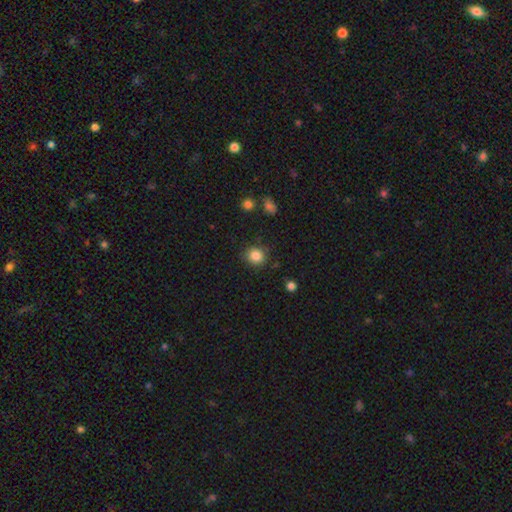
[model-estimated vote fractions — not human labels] smooth 85%, star or artifact 10%, featured or disk 5%. Down the decision tree: how rounded — round (83%); merging — none (84%).